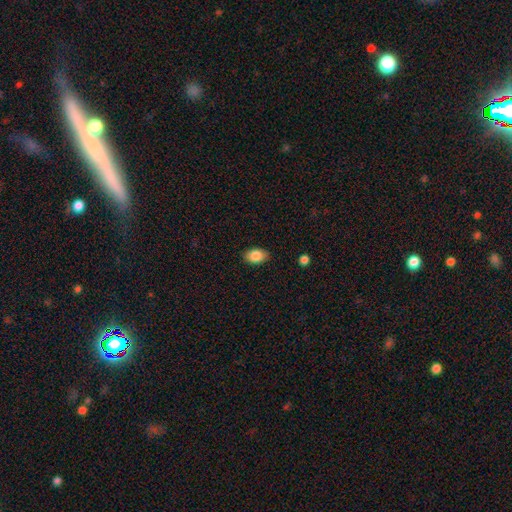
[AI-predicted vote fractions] A smooth galaxy with no disk features (85%) that is in between round and cigar-shaped (86%). Merging: none (87%).